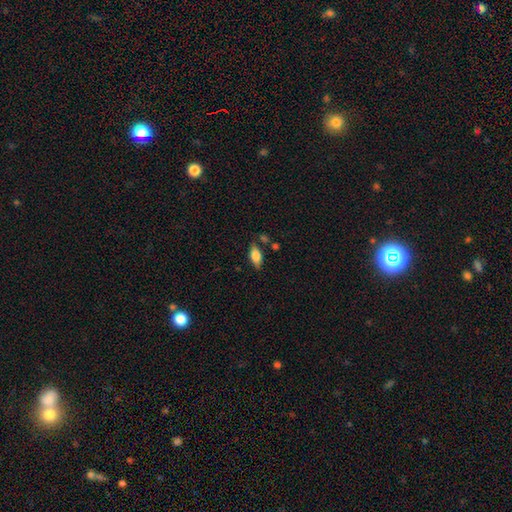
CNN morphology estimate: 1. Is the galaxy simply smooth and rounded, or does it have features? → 73% smooth, 19% featured or disk, 8% star or artifact.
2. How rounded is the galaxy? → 85% in between, 11% cigar-shaped, 4% round.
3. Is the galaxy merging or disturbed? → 73% none, 17% minor disturbance, 6% merger, 4% major disturbance.